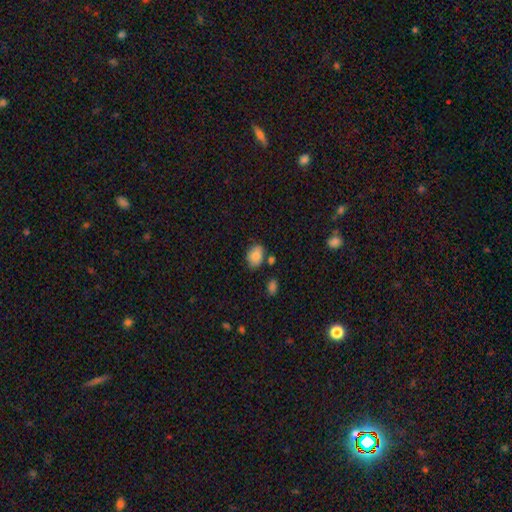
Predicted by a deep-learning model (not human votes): This is clearly a smooth galaxy (84%). How rounded: likely in between (76%). Merging: likely none (70%).